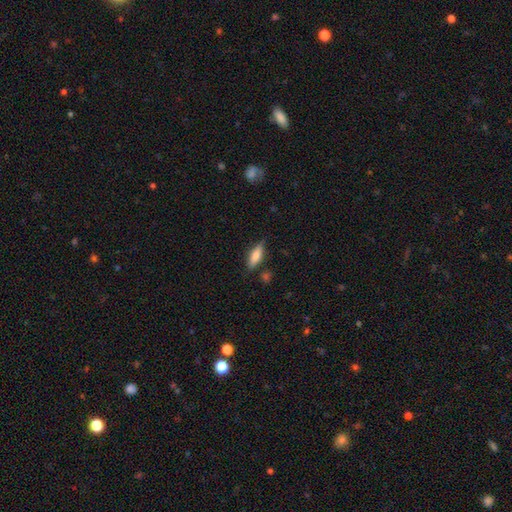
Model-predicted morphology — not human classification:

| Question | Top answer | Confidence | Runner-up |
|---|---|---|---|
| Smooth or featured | smooth | 71% | featured or disk (22%) |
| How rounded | in between | 53% | cigar-shaped (44%) |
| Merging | none | 77% | minor disturbance (16%) |